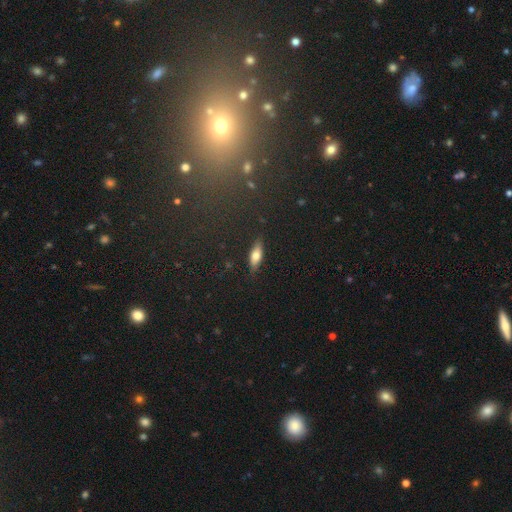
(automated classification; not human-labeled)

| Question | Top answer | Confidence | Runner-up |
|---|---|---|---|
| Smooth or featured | smooth | 63% | featured or disk (30%) |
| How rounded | in between | 58% | cigar-shaped (38%) |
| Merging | none | 86% | minor disturbance (10%) |